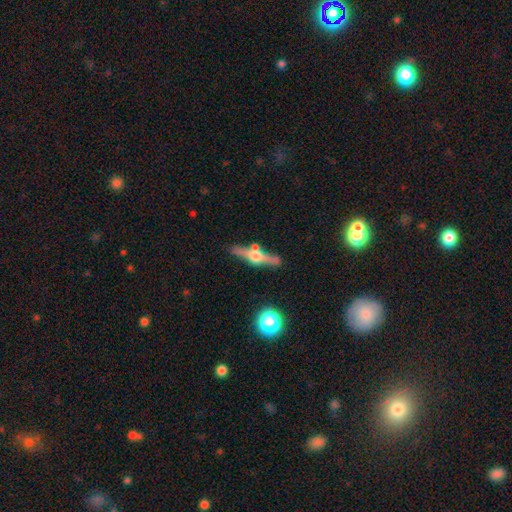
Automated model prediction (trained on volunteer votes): Q: Smooth or featured?
A: featured or disk (76%); runner-up: smooth (18%)
Q: Edge-on disk?
A: yes (96%); runner-up: no (4%)
Q: Edge-on bulge?
A: rounded (95%); runner-up: boxy (3%)
Q: Merging?
A: none (77%); runner-up: minor disturbance (11%)